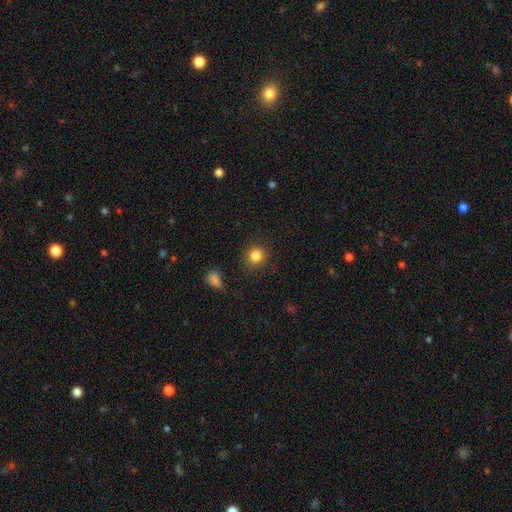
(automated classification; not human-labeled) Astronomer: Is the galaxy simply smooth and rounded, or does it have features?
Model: smooth — 84%.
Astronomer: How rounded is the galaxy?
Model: round — 88%.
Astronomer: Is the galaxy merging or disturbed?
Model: none — 87%.